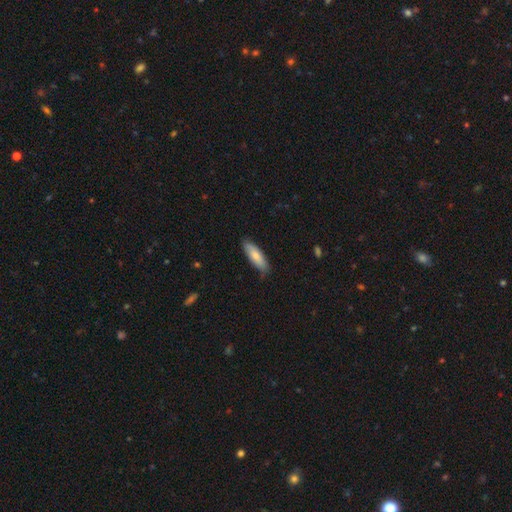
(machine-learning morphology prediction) smooth-or-featured: smooth: 76% | featured or disk: 19% | star or artifact: 5%
  how-rounded: in between: 54% | cigar-shaped: 44% | round: 2%
  merging: none: 79% | minor disturbance: 17% | major disturbance: 2% | merger: 1%